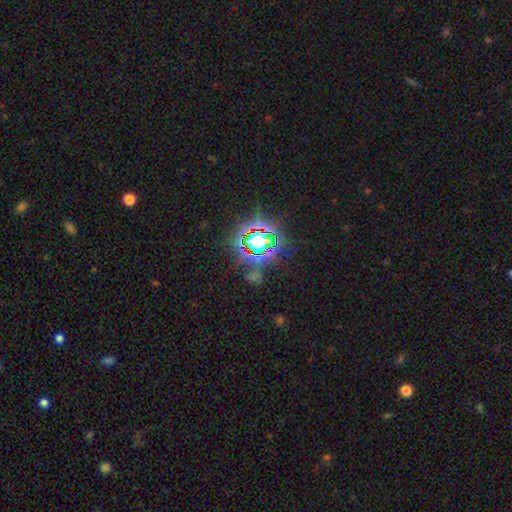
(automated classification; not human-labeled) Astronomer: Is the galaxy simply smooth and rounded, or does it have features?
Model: star or artifact — 80%.